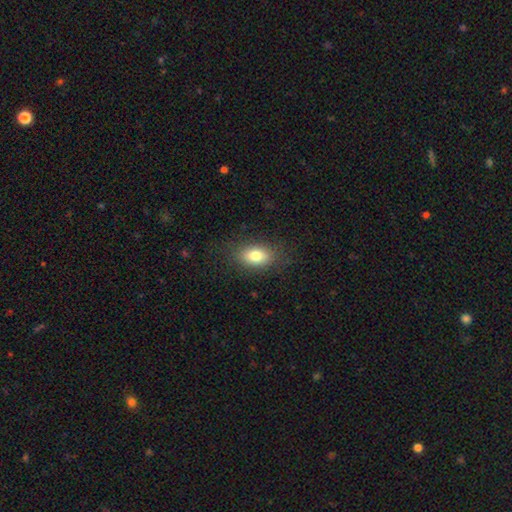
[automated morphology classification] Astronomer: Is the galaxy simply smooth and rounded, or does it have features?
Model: smooth — 81%.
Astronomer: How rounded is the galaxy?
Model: in between — 85%.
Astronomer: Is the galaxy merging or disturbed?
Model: none — 84%.